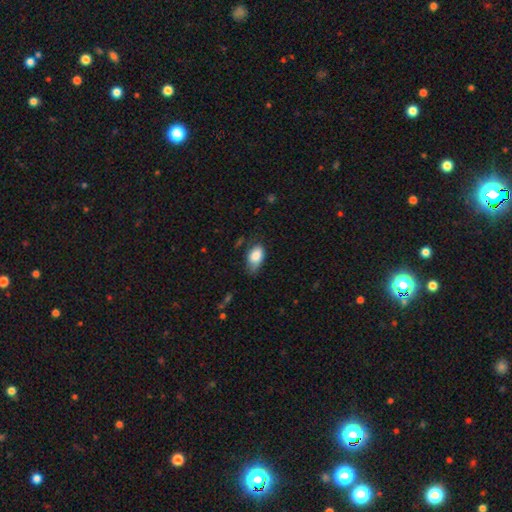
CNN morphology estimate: A smooth galaxy with no disk features (82%) that is in between round and cigar-shaped (91%). Merging: none (46%).